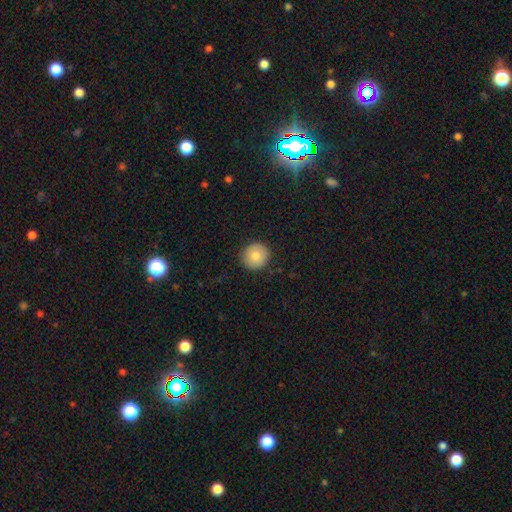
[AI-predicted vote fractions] Smooth or featured?
  - smooth: 83% *
  - featured or disk: 8%
  - star or artifact: 8%
How rounded?
  - round: 93% *
  - in between: 6%
  - cigar-shaped: 1%
Merging?
  - none: 89% *
  - minor disturbance: 8%
  - major disturbance: 2%
  - merger: 1%